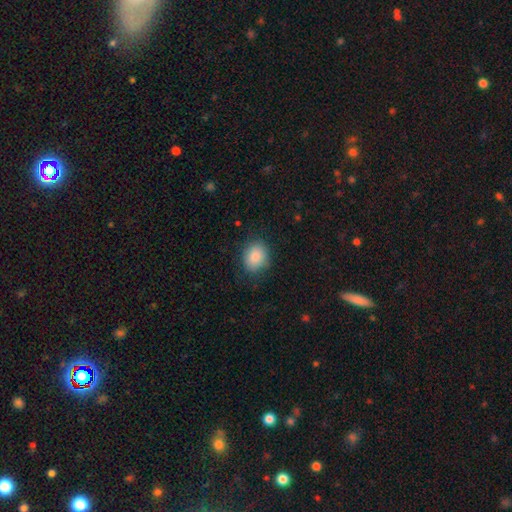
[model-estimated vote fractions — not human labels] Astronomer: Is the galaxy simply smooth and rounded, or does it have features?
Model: smooth — 86%.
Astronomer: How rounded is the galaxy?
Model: round — 51% (runner-up: in between, 48%).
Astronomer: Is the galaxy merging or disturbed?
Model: none — 82%.